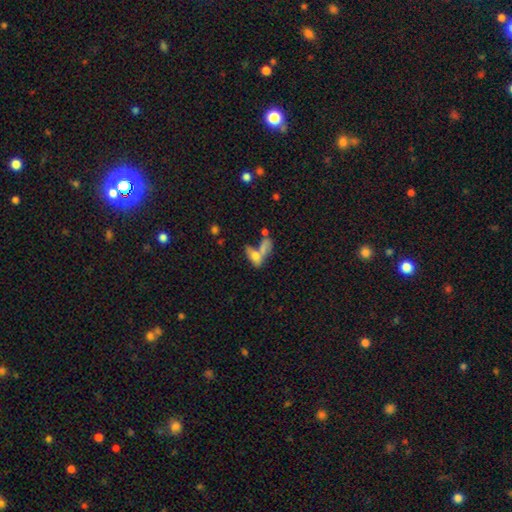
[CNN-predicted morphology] The model was most divided on "smooth or featured": smooth: 43%, star or artifact: 30%, featured or disk: 27%. Remaining: merging — merger (46%).